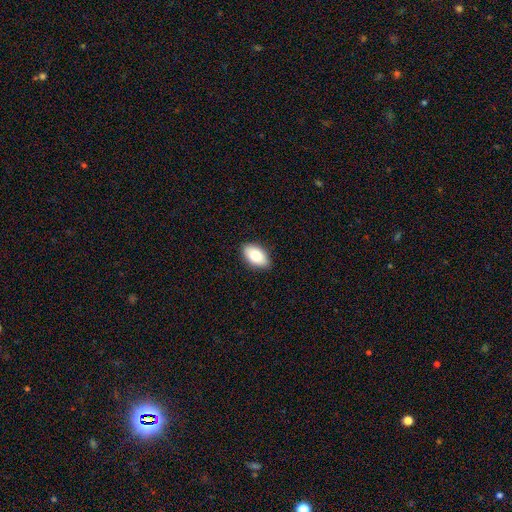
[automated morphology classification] A smooth galaxy with no disk features (82%) that is in between round and cigar-shaped (93%). Merging: none (87%).